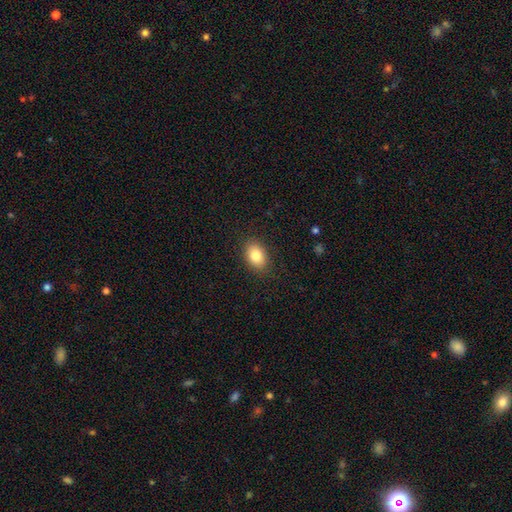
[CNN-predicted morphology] type=smooth (83%); roundness=in between (80%); merging=none (87%).